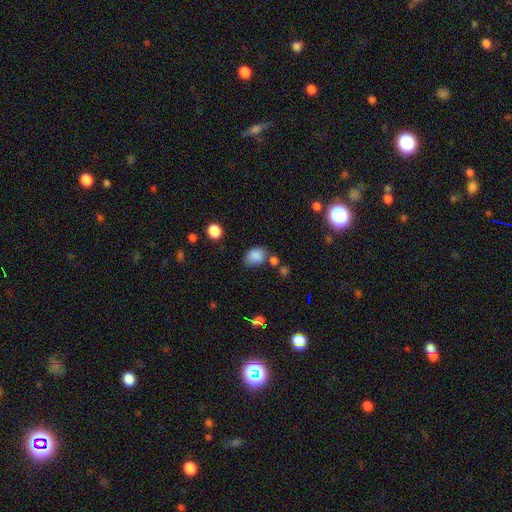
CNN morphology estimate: Smooth or featured? Predicted: smooth (p=0.84). How rounded? Predicted: in between (p=0.67). Merging? Predicted: none (p=0.58).